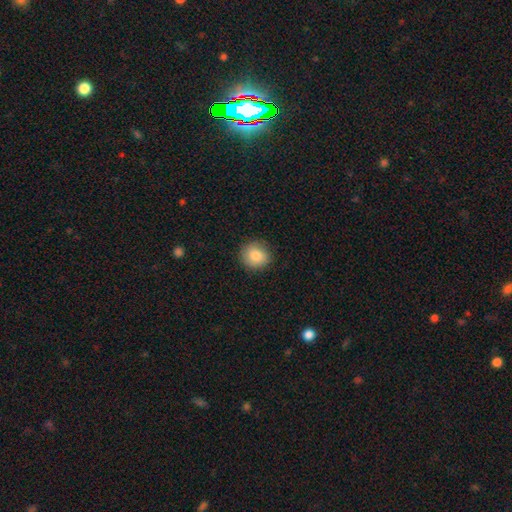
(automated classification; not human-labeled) This is clearly a smooth galaxy (83%). How rounded: clearly round (89%). Merging: clearly none (87%).